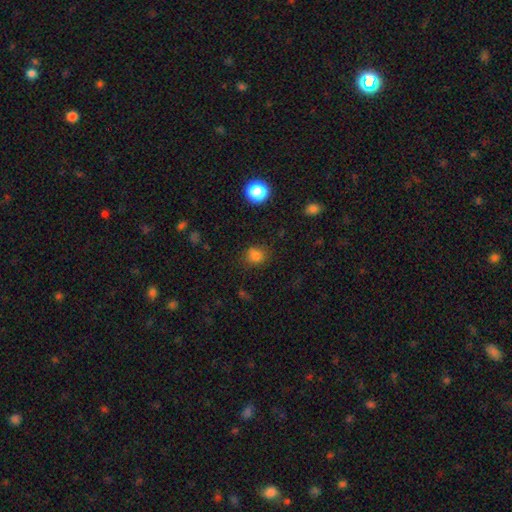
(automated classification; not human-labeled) Q: Smooth or featured?
A: smooth (78%); runner-up: star or artifact (16%)
Q: How rounded?
A: round (72%); runner-up: in between (27%)
Q: Merging?
A: none (72%); runner-up: minor disturbance (18%)